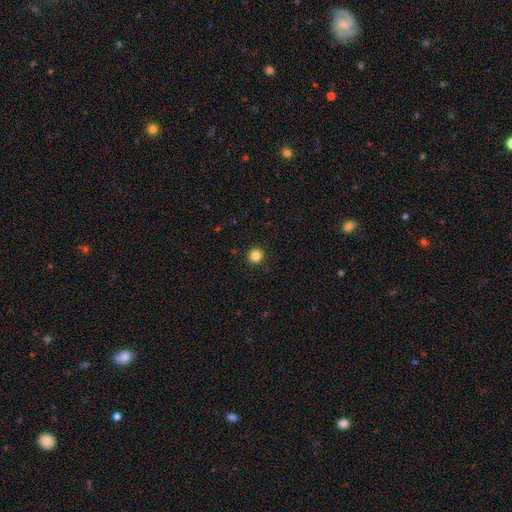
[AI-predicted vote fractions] The model was most divided on "smooth or featured": smooth: 85%, star or artifact: 11%, featured or disk: 4%. More confident: how rounded — round (96%); merging — none (93%).